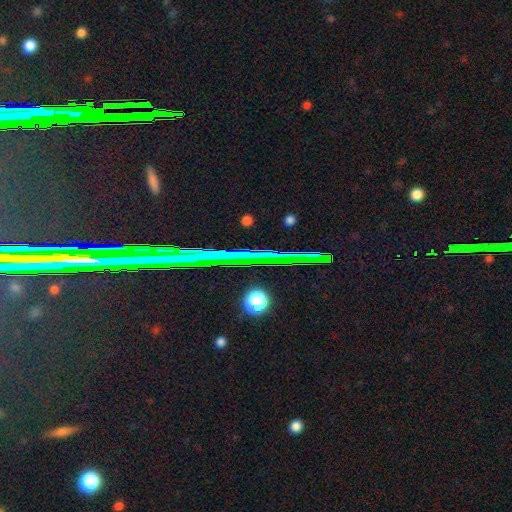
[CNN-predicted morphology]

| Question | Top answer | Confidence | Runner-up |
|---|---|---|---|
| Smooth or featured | star or artifact | 68% | smooth (17%) |